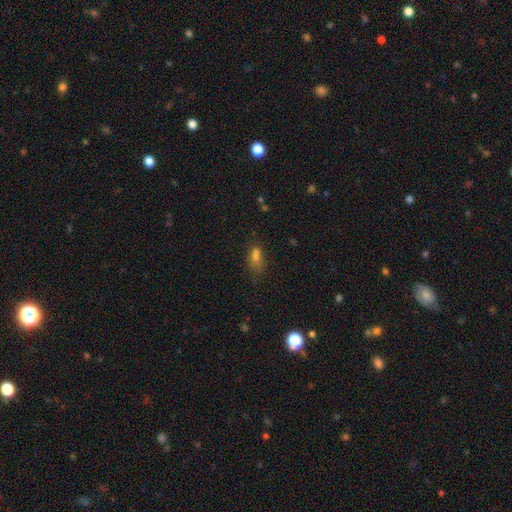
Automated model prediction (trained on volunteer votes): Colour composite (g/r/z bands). It shows a smooth galaxy with no disk features (68%) that is in between round and cigar-shaped (75%). Merging: none (42%).